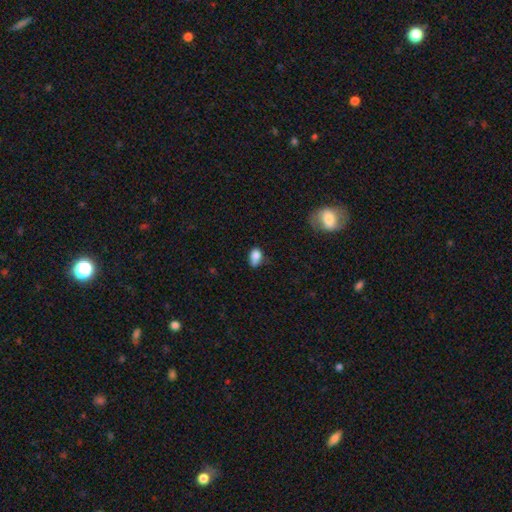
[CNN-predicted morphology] Q: Smooth or featured?
A: smooth (81%); runner-up: star or artifact (10%)
Q: How rounded?
A: in between (81%); runner-up: round (17%)
Q: Merging?
A: minor disturbance (42%); runner-up: none (37%)